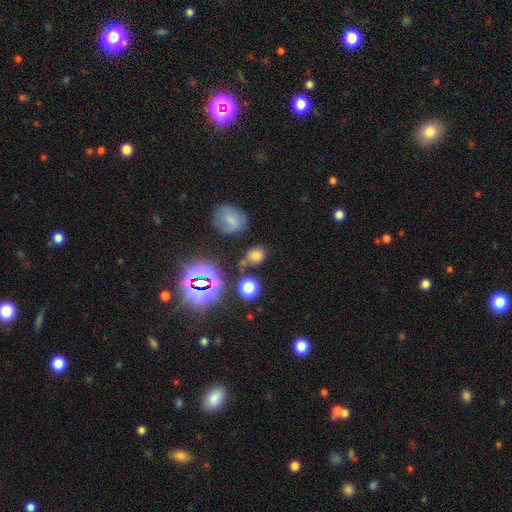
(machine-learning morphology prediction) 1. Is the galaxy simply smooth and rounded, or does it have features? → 68% smooth, 24% star or artifact, 8% featured or disk.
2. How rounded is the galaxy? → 58% round, 41% in between, 2% cigar-shaped.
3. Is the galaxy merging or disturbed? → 68% none, 15% minor disturbance, 10% merger, 6% major disturbance.